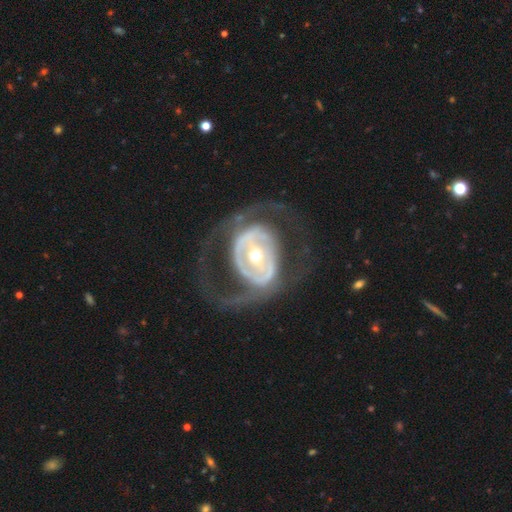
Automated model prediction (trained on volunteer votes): smooth_or_featured: featured or disk (p=0.84) [alt: smooth p=0.12]
disk_edge_on: no (p=0.95) [alt: yes p=0.05]
bar: strong (p=0.36) [alt: no p=0.33]
has_spiral_arms: yes (p=0.59) [alt: no p=0.41]
bulge_size: moderate (p=0.53) [alt: small p=0.41]
merging: none (p=0.58) [alt: major disturbance p=0.27]